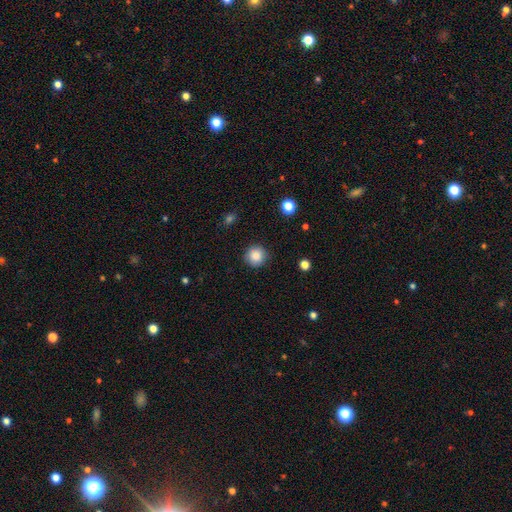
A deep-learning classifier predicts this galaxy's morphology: Smooth or featured? Predicted: smooth (p=0.86). How rounded? Predicted: round (p=0.94). Merging? Predicted: none (p=0.88).